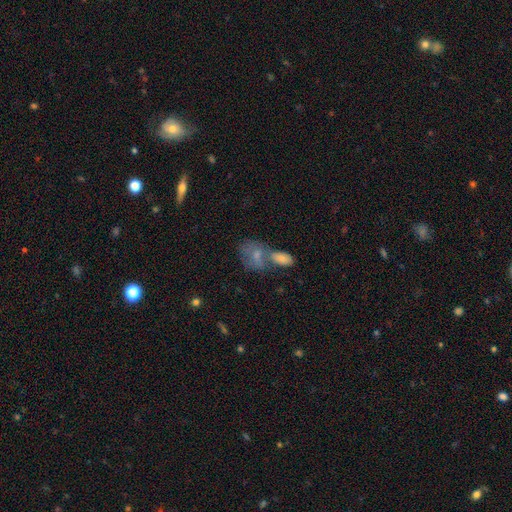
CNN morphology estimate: Smooth or featured: smooth — 69% (featured or disk — 22%)
How rounded: in between — 76% (round — 22%)
Merging: merger — 51% (none — 28%)